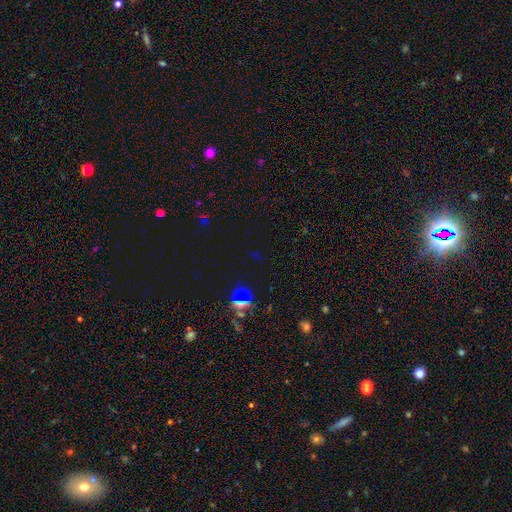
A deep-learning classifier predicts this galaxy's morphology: Q: Smooth or featured?
A: star or artifact (66%); runner-up: smooth (23%)